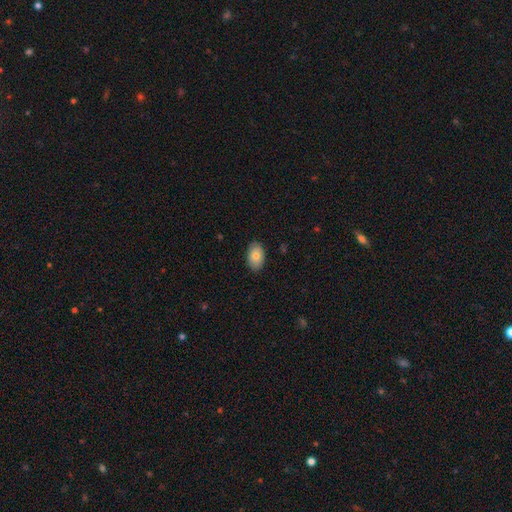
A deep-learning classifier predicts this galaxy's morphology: Overall: smooth (79%). How rounded: in between (91%). Merging: none (86%).